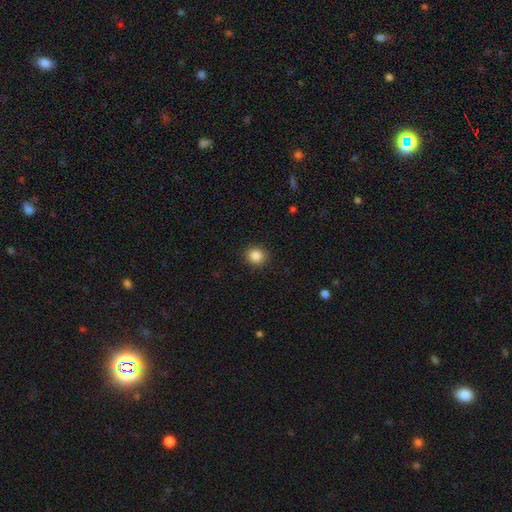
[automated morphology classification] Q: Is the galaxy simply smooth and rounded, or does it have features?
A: smooth — 86%.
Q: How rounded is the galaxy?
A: round — 86%.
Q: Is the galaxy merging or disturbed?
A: none — 91%.